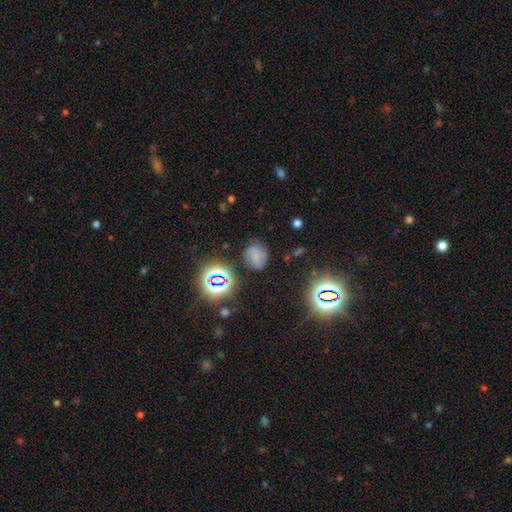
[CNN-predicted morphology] This appears to be a smooth galaxy with no disk features (52%) that is round (54%). Merging: none (68%).